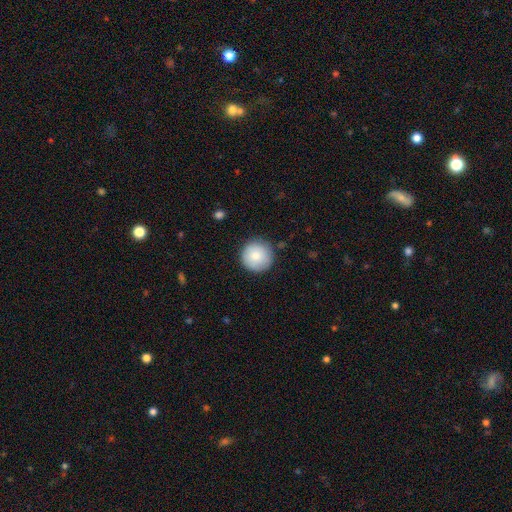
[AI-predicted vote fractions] A smooth galaxy with no disk features (82%) that is round (96%).

Vote fractions:
- Smooth or featured? smooth: 82% / featured or disk: 11% / star or artifact: 7%
- How rounded? round: 96% / in between: 3% / cigar-shaped: 1%
- Merging? none: 88% / minor disturbance: 9% / major disturbance: 2% / merger: 1%